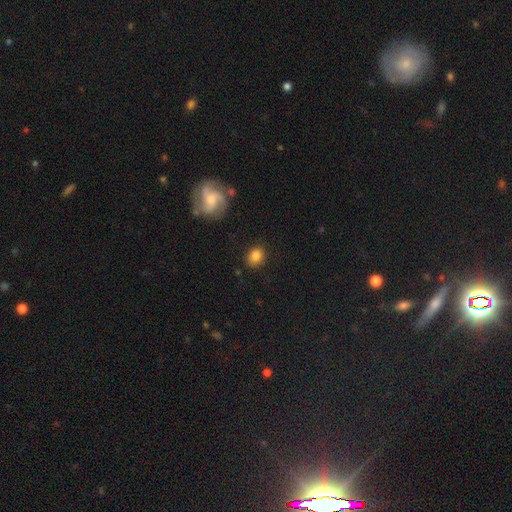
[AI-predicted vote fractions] This appears to be a smooth galaxy with no disk features (82%) that is round (59%). Merging: none (84%).